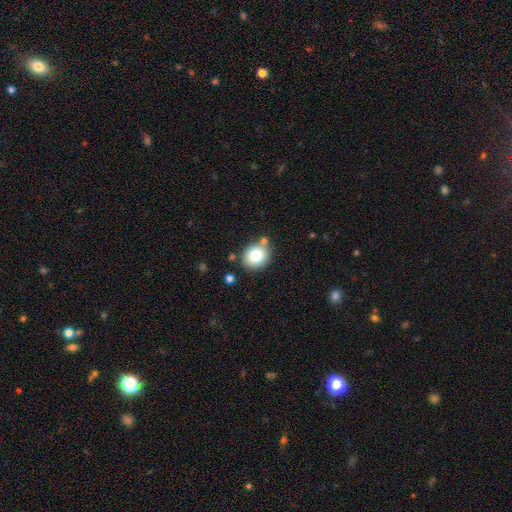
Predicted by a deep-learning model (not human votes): Q: Smooth or featured?
A: smooth (79%); runner-up: featured or disk (11%)
Q: How rounded?
A: round (70%); runner-up: in between (30%)
Q: Merging?
A: none (78%); runner-up: minor disturbance (11%)